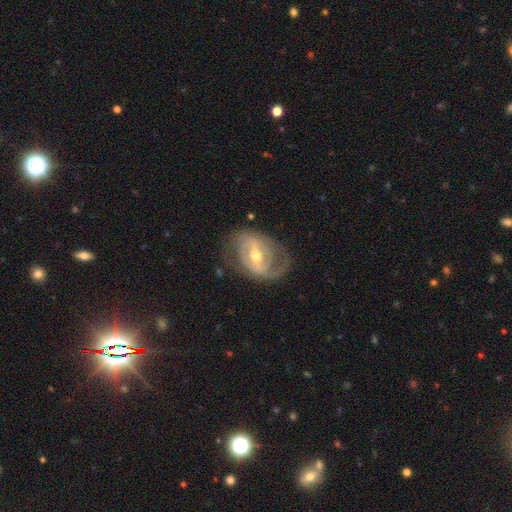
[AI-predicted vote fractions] Morphology: type=featured or disk (85%); edge-on=no (96%); bar=weak (43%); spiral arms=yes (90%); winding=tight (43%); arm count=2 (68%); bulge=moderate (71%); merging=none (68%).